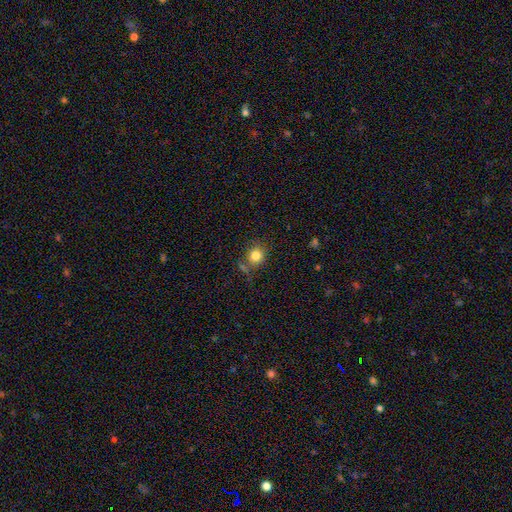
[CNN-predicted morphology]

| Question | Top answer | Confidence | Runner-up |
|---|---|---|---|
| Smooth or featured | smooth | 82% | star or artifact (11%) |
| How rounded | round | 81% | in between (18%) |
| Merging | none | 70% | minor disturbance (15%) |